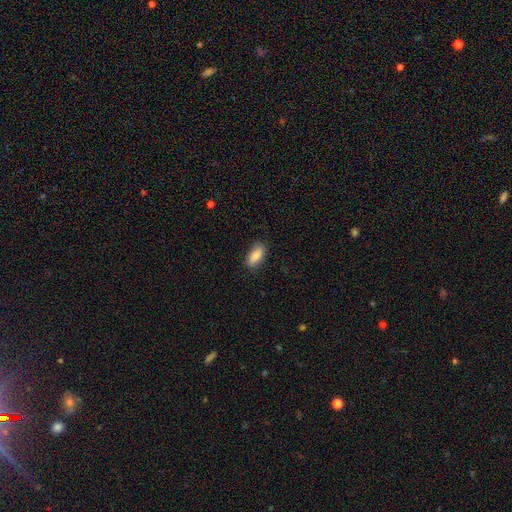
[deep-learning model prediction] The model was most divided on "merging": none: 86%, minor disturbance: 11%, major disturbance: 2%, merger: 1%. More confident: how rounded — in between (88%); smooth or featured — smooth (85%).